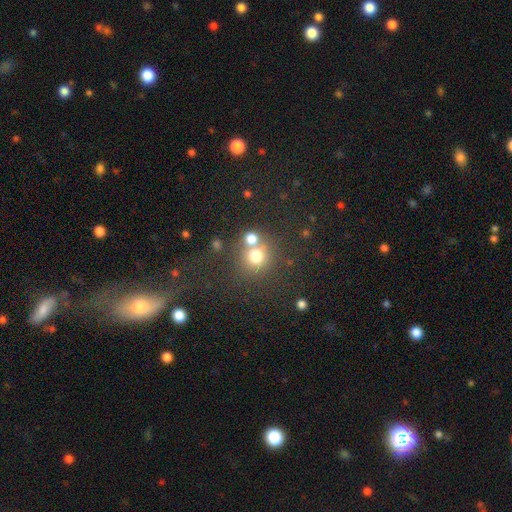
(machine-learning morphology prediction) Overall: smooth (71%). How rounded: round (88%). Merging: none (56%; merger 31%).